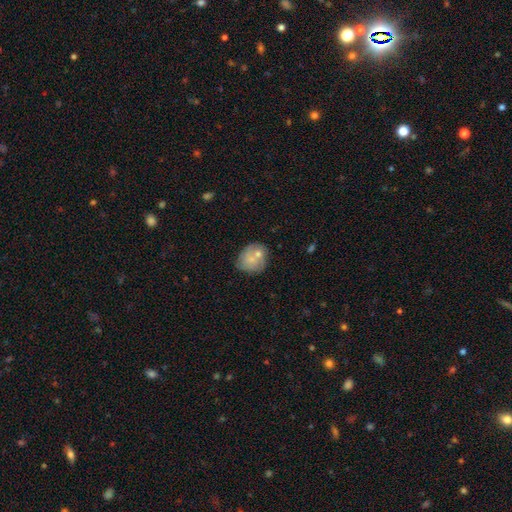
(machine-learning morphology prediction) A smooth galaxy with no disk features (63%) that is round (75%). Merging: none (47%).